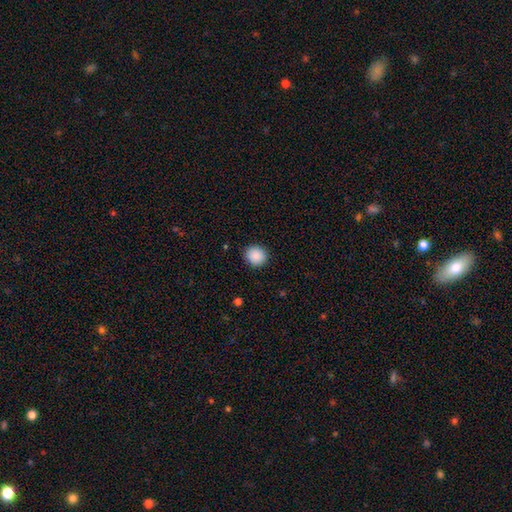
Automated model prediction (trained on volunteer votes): This appears to be a smooth galaxy with no disk features (89%) that is round (89%). Merging: none (91%).